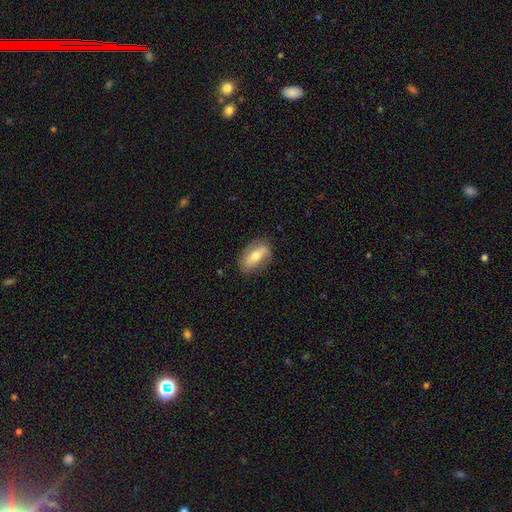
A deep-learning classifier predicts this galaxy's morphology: The model was most divided on "smooth or featured": smooth: 51%, featured or disk: 42%, star or artifact: 7%. More confident: how rounded — in between (83%); merging — none (81%).